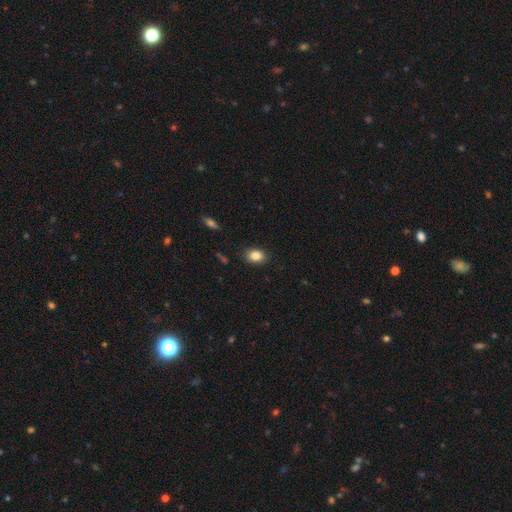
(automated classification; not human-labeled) Overall: smooth (84%). How rounded: in between (71%). Merging: none (88%).